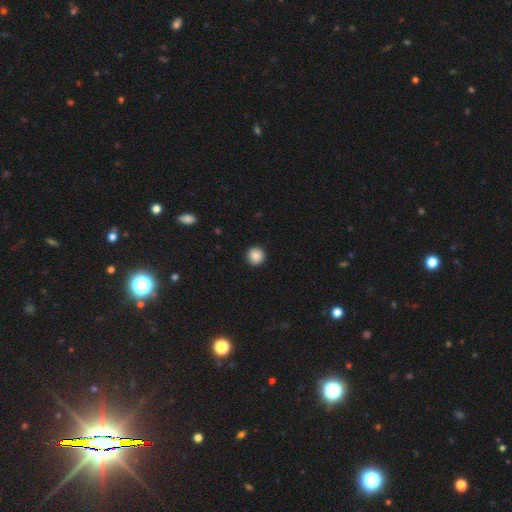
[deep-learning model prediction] Smooth or featured?
  - smooth: 88% *
  - star or artifact: 9%
  - featured or disk: 3%
How rounded?
  - round: 94% *
  - in between: 5%
  - cigar-shaped: 1%
Merging?
  - none: 93% *
  - minor disturbance: 5%
  - major disturbance: 2%
  - merger: 1%